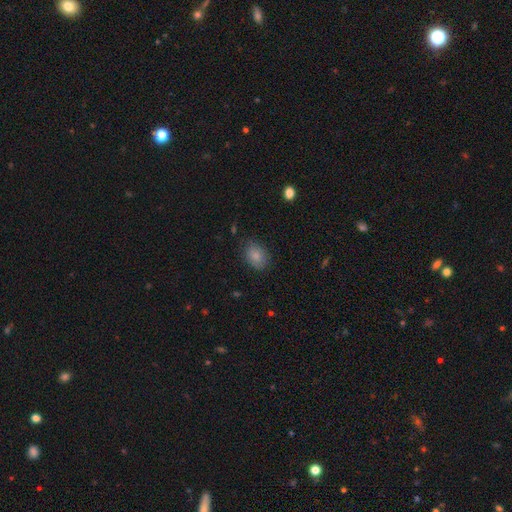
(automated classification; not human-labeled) smooth 84%, star or artifact 8%, featured or disk 8%. Down the decision tree: how rounded — in between (66%); merging — none (79%).